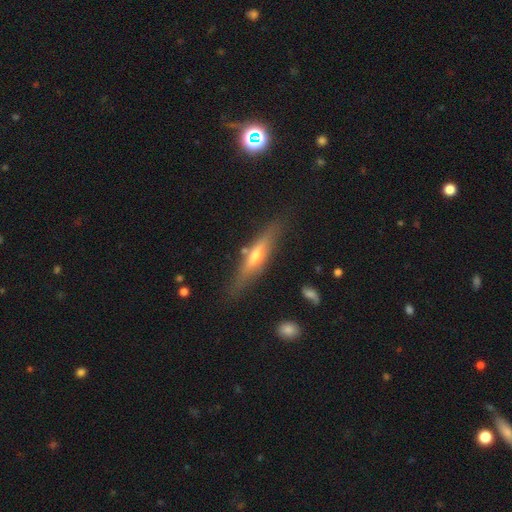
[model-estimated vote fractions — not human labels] The model was most divided on "smooth or featured": featured or disk: 63%, smooth: 29%, star or artifact: 8%. More confident: edge-on disk — yes (92%); merging — none (82%); edge-on bulge — rounded (77%).